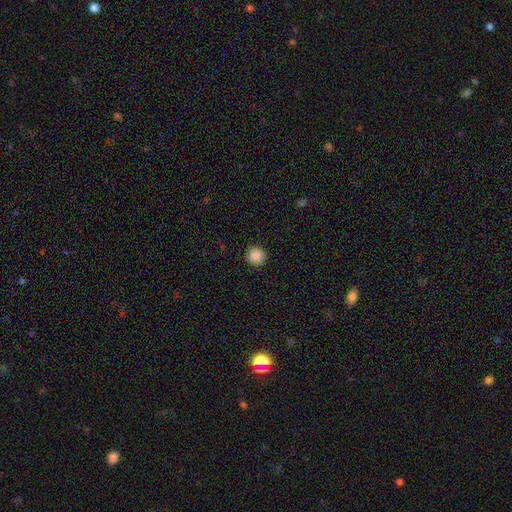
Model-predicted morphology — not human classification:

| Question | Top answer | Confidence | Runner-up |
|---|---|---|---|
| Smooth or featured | smooth | 88% | star or artifact (9%) |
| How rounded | round | 95% | in between (4%) |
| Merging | none | 93% | minor disturbance (5%) |